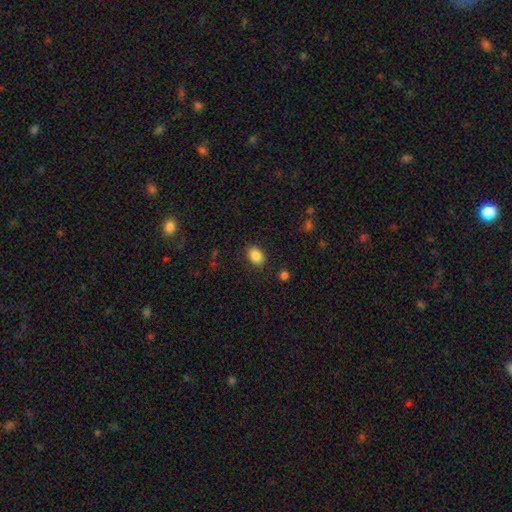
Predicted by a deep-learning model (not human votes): A smooth galaxy with no disk features (87%) that is in between round and cigar-shaped (74%).

Vote fractions:
- Smooth or featured? smooth: 87% / star or artifact: 9% / featured or disk: 5%
- How rounded? in between: 74% / round: 25% / cigar-shaped: 1%
- Merging? none: 85% / minor disturbance: 11% / major disturbance: 3% / merger: 1%